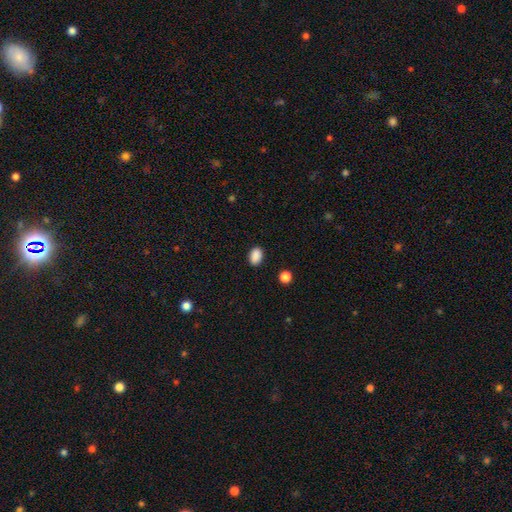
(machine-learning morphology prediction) This is clearly a smooth galaxy (89%). How rounded: clearly in between (82%). Merging: clearly none (88%).